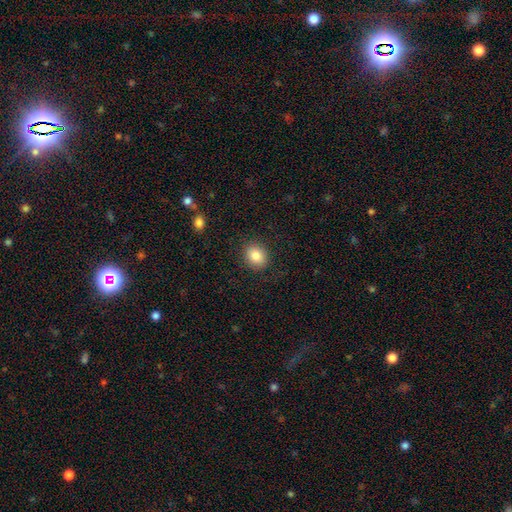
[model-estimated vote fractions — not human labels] smooth_or_featured: smooth (p=0.85) [alt: star or artifact p=0.09]
how_rounded: round (p=0.71) [alt: in between p=0.28]
merging: none (p=0.89) [alt: minor disturbance p=0.08]